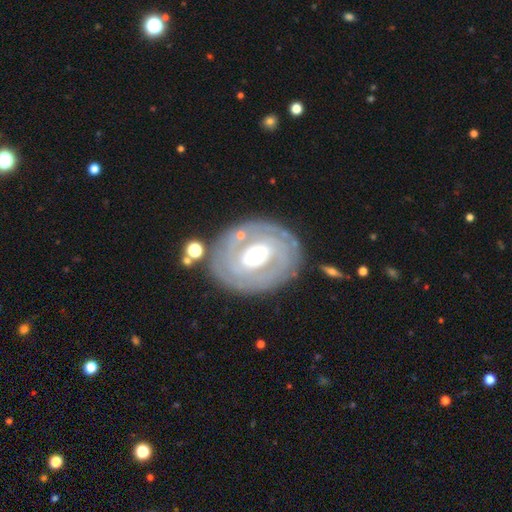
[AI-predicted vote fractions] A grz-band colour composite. It shows a featured or disk galaxy (82%) with no bar (53%), tight (79%) spiral arms (81%) and a moderate central bulge (70%). Merging: none (78%).